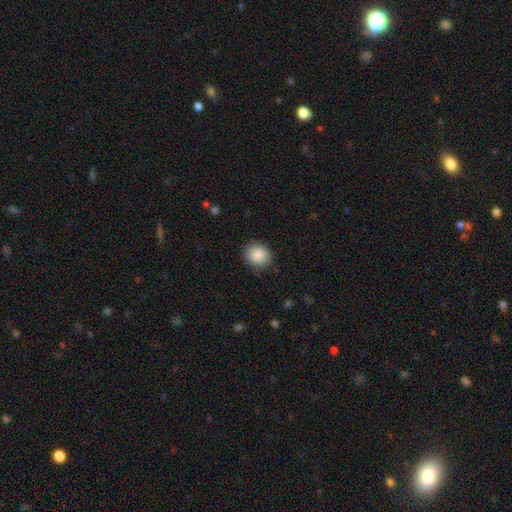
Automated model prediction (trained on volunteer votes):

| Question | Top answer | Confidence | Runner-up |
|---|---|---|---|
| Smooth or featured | smooth | 87% | star or artifact (8%) |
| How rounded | round | 76% | in between (23%) |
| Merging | none | 87% | minor disturbance (10%) |